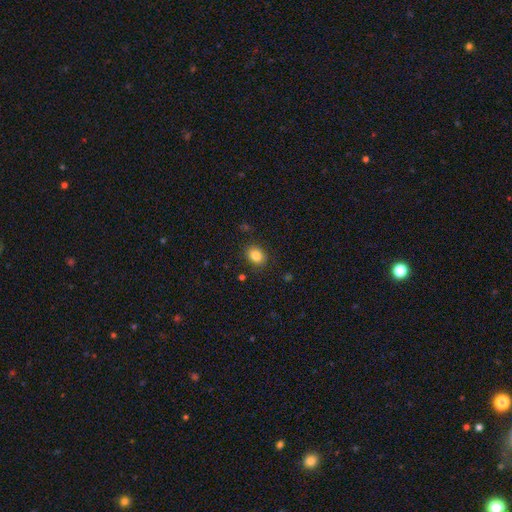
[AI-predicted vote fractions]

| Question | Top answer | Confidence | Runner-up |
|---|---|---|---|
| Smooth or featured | smooth | 84% | star or artifact (10%) |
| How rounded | in between | 52% | round (47%) |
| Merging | none | 86% | minor disturbance (10%) |